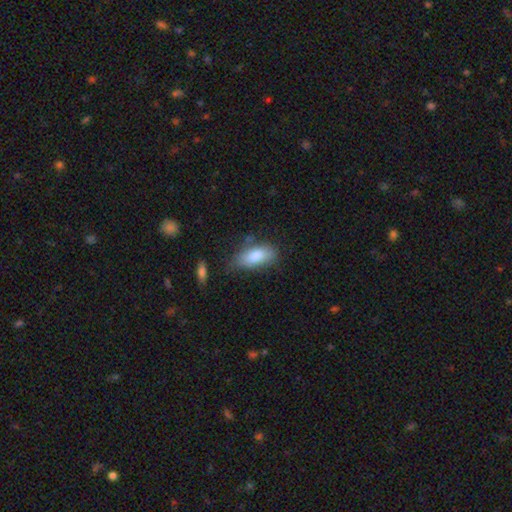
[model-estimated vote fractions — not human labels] Smooth or featured? smooth (81%)
How rounded? in between (86%)
Merging? none (63%)